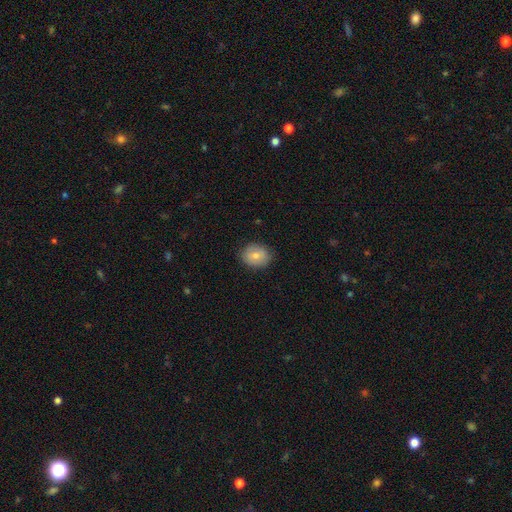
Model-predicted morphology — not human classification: This appears to be a smooth galaxy with no disk features (79%) that is in between round and cigar-shaped (51%). Merging: none (86%).